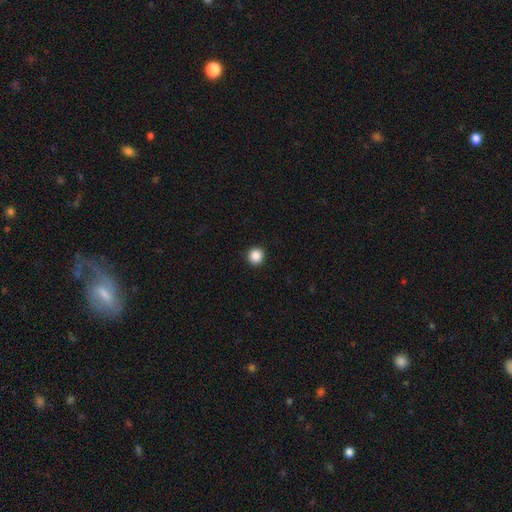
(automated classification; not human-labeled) A smooth galaxy with no disk features (87%) that is round (95%). Merging: none (94%).